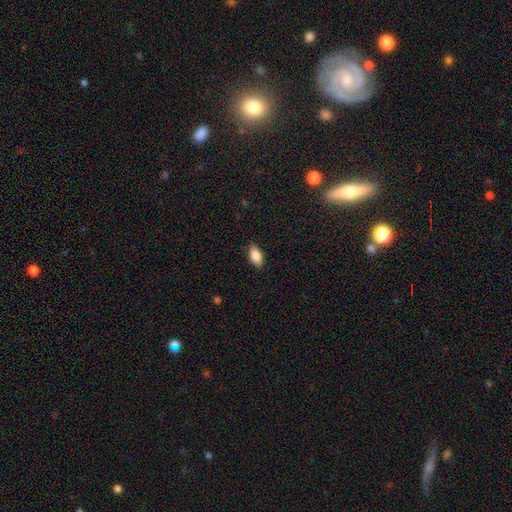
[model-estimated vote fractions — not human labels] Smooth or featured: smooth — 86% (star or artifact — 7%)
How rounded: in between — 90% (cigar-shaped — 6%)
Merging: none — 86% (minor disturbance — 11%)